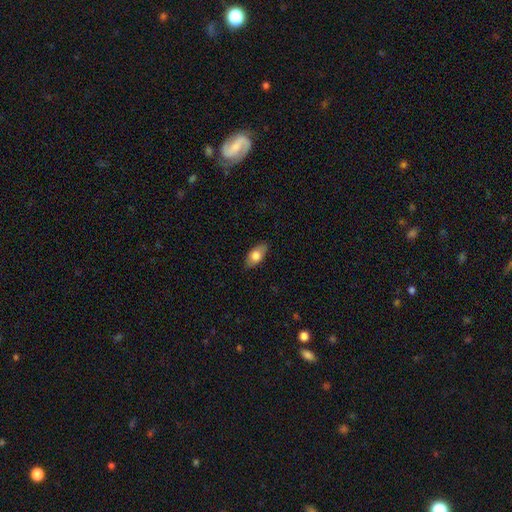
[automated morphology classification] type=smooth (76%); roundness=in between (90%); merging=none (86%).